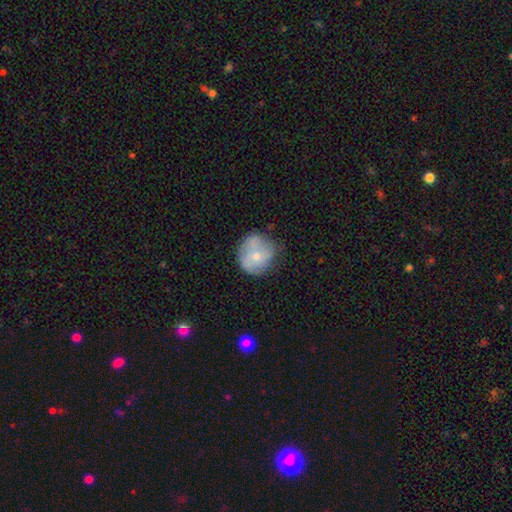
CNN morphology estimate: Smooth or featured?
  - smooth: 60% *
  - featured or disk: 32%
  - star or artifact: 7%
How rounded?
  - round: 84% *
  - in between: 15%
  - cigar-shaped: 1%
Merging?
  - none: 54% *
  - minor disturbance: 31%
  - major disturbance: 11%
  - merger: 4%